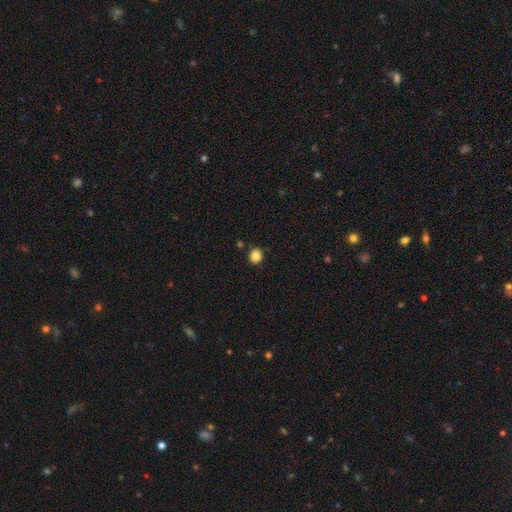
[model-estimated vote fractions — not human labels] Q: Smooth or featured?
A: smooth (84%); runner-up: star or artifact (10%)
Q: How rounded?
A: round (80%); runner-up: in between (20%)
Q: Merging?
A: none (85%); runner-up: minor disturbance (9%)